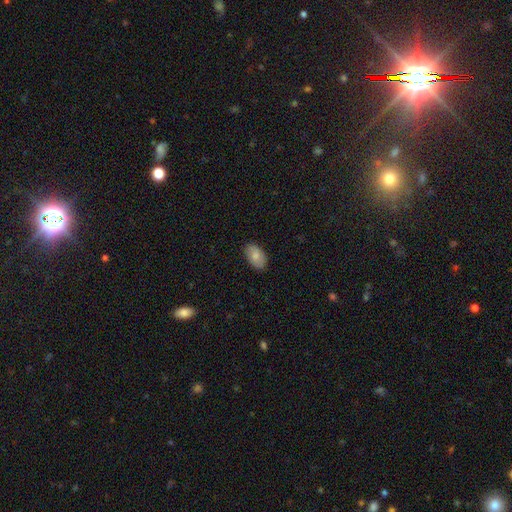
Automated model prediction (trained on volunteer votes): Morphology: type=smooth (82%); roundness=in between (93%); merging=none (86%).